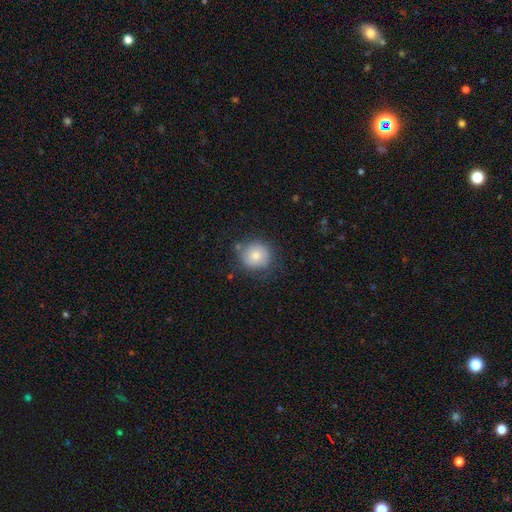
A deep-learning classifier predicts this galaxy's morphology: Smooth or featured: smooth — 76% (featured or disk — 15%)
How rounded: round — 89% (in between — 10%)
Merging: none — 73% (minor disturbance — 18%)